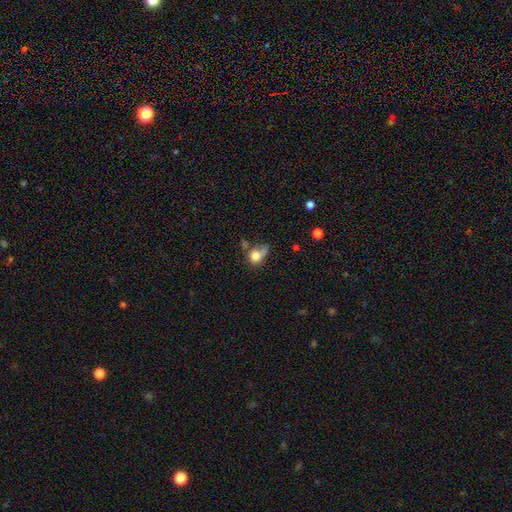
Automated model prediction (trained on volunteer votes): Morphology: type=smooth (75%); roundness=round (53%); merging=none (29%).